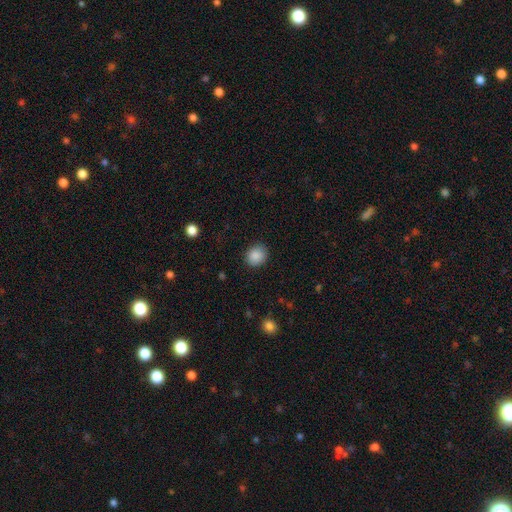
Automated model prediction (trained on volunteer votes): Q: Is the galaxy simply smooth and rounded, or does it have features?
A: smooth — 88%.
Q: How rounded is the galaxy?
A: round — 73%.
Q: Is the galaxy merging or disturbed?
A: none — 87%.